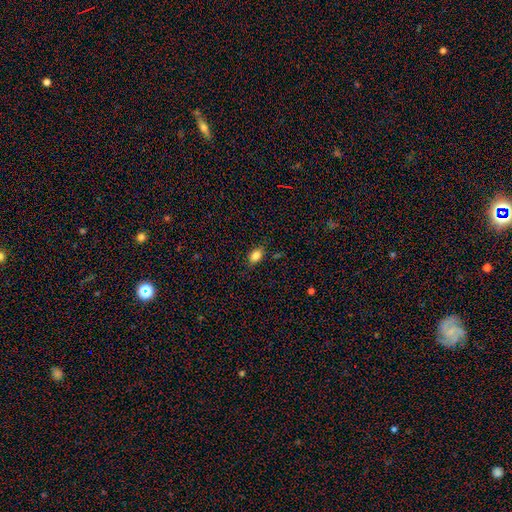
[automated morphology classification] This is clearly a smooth galaxy (84%). How rounded: clearly in between (81%). Merging: clearly none (82%).